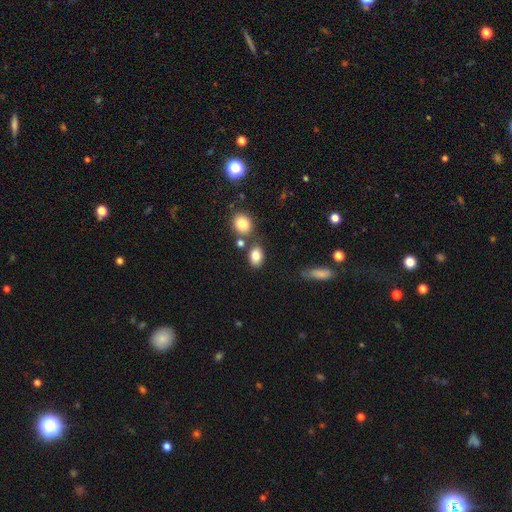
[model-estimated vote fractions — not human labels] The model was most divided on "merging": none: 68%, merger: 16%, minor disturbance: 12%, major disturbance: 4%. More confident: smooth or featured — smooth (83%); how rounded — in between (80%).